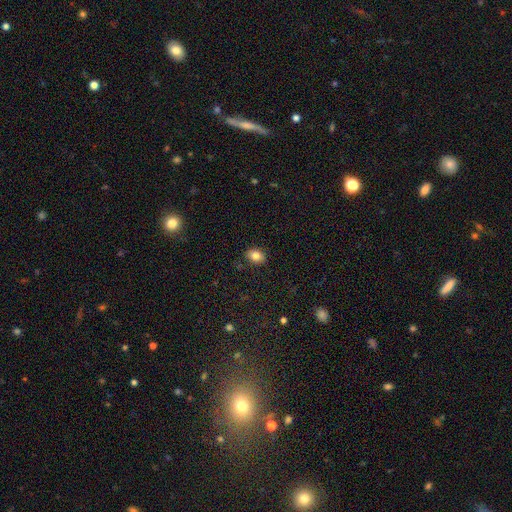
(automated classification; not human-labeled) Smooth or featured?
  - smooth: 83% *
  - star or artifact: 10%
  - featured or disk: 8%
How rounded?
  - in between: 72% *
  - round: 27%
  - cigar-shaped: 1%
Merging?
  - none: 85% *
  - minor disturbance: 11%
  - major disturbance: 2%
  - merger: 1%